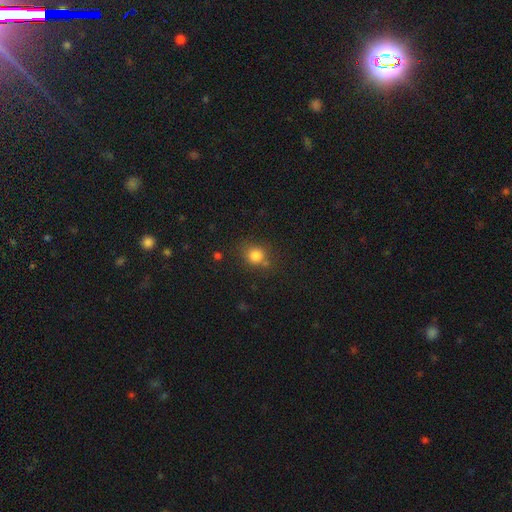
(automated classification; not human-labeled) Q: Smooth or featured?
A: smooth (81%); runner-up: star or artifact (12%)
Q: How rounded?
A: round (76%); runner-up: in between (23%)
Q: Merging?
A: none (69%); runner-up: minor disturbance (16%)